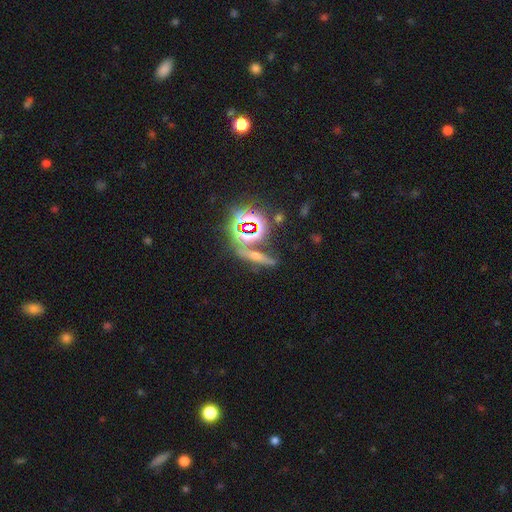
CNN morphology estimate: Smooth or featured: star or artifact — 40% (featured or disk — 31%)